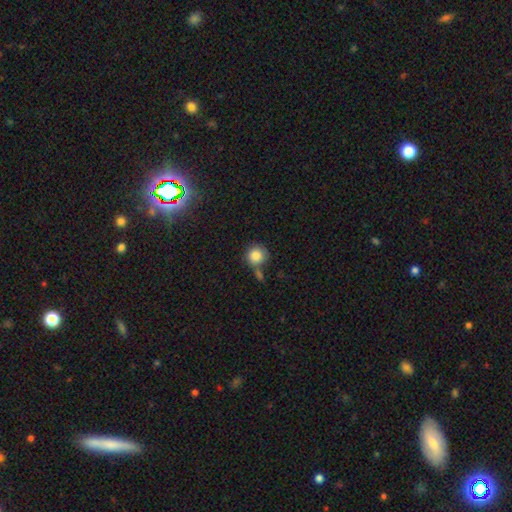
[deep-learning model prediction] Smooth or featured? smooth (86%)
How rounded? round (92%)
Merging? none (61%)